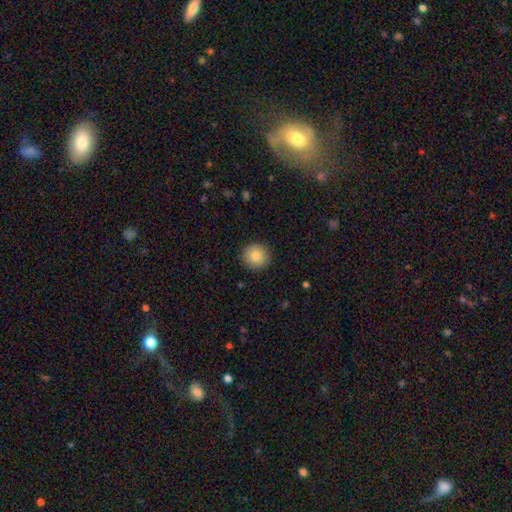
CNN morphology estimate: This is clearly a smooth galaxy (85%). How rounded: clearly round (93%). Merging: clearly none (91%).